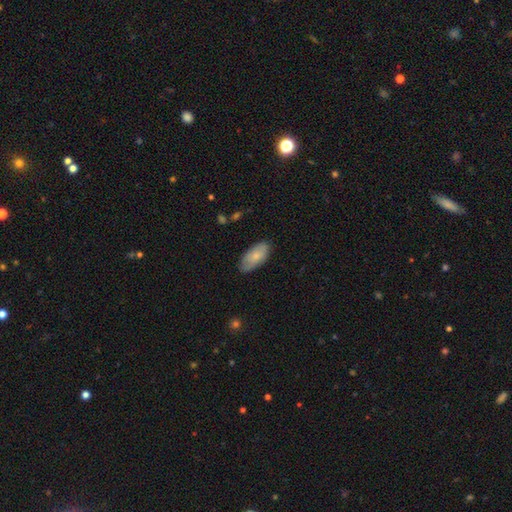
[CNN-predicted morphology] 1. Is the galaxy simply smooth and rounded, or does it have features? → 77% smooth, 17% featured or disk, 6% star or artifact.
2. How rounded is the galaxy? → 92% in between, 5% cigar-shaped, 2% round.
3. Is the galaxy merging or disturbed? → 76% none, 20% minor disturbance, 3% major disturbance, 1% merger.